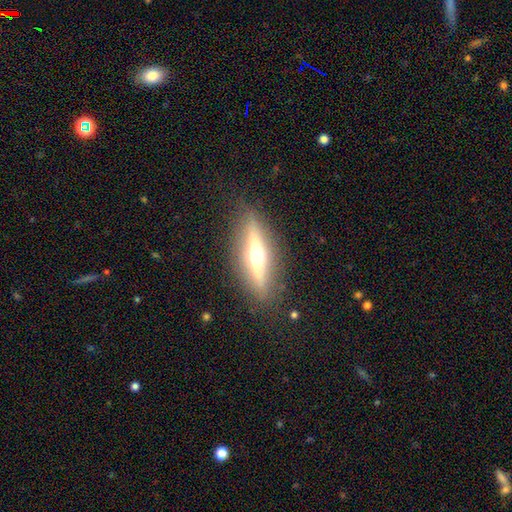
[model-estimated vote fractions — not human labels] Smooth or featured: featured or disk — 55% (smooth — 35%)
Edge-on disk: yes — 85% (no — 15%)
Merging: none — 85% (minor disturbance — 10%)